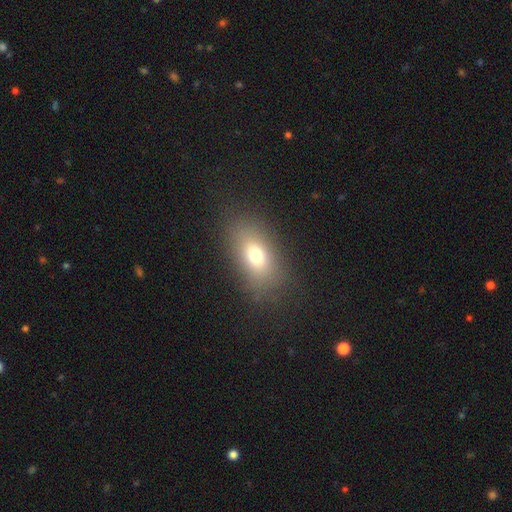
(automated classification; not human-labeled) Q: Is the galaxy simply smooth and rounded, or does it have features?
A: smooth — 72%.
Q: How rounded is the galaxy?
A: in between — 82%.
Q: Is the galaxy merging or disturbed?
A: none — 81%.